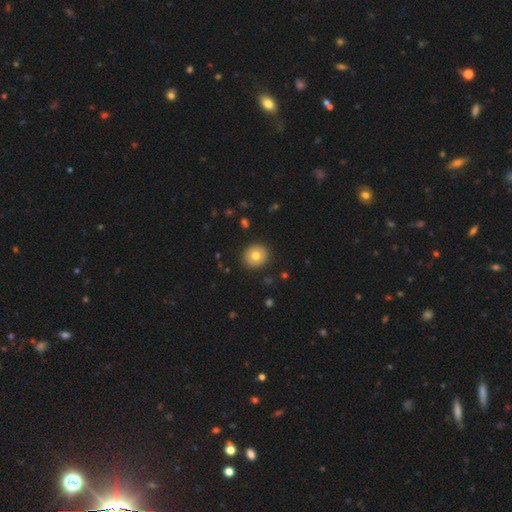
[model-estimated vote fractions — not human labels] Q: Smooth or featured?
A: smooth (74%); runner-up: featured or disk (18%)
Q: How rounded?
A: round (86%); runner-up: in between (13%)
Q: Merging?
A: none (91%); runner-up: minor disturbance (6%)